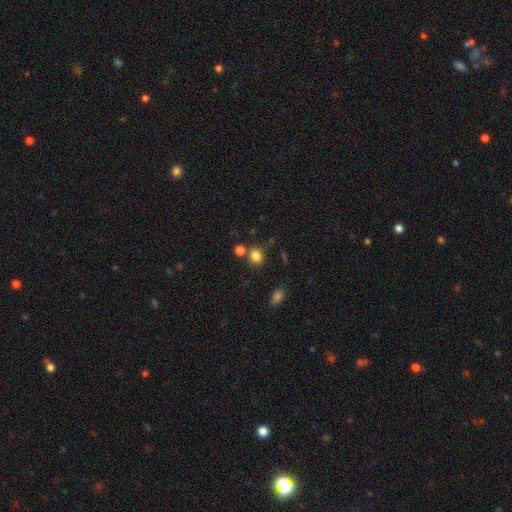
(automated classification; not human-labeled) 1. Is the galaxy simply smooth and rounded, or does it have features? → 82% smooth, 12% star or artifact, 6% featured or disk.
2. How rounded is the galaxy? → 73% round, 26% in between, 1% cigar-shaped.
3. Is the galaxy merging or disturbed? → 68% none, 17% merger, 11% minor disturbance, 4% major disturbance.